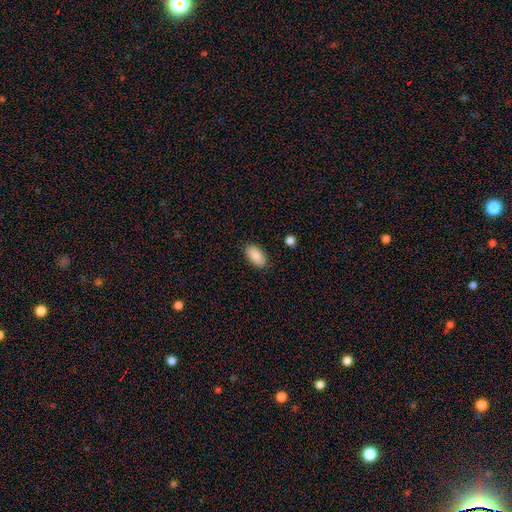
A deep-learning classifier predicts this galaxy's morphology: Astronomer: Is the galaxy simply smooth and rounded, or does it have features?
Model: smooth — 87%.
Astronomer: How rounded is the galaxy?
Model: in between — 94%.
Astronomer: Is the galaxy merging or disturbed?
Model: none — 86%.